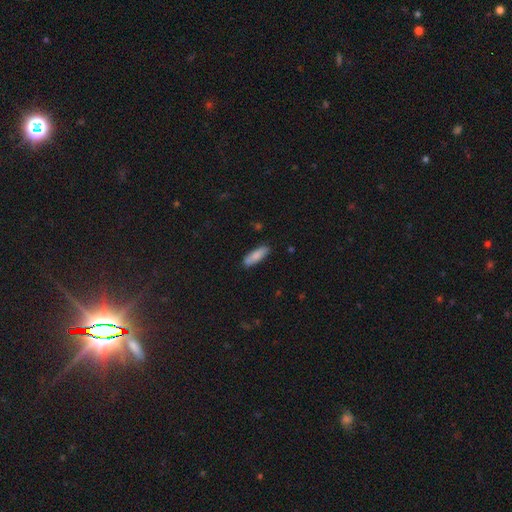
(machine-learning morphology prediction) Smooth or featured? smooth (82%)
How rounded? cigar-shaped (52%)
Merging? none (82%)